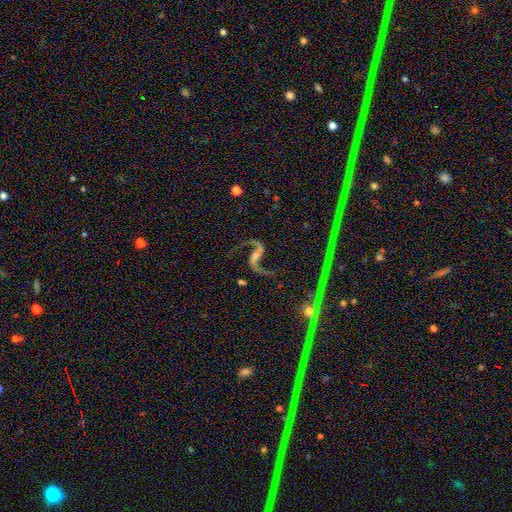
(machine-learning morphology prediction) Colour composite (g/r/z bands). It shows a featured or disk galaxy (91%) with no bar (40%), 2 (94%) loose (80%) spiral arms (98%) and a moderate central bulge (40%). Merging: none (75%).